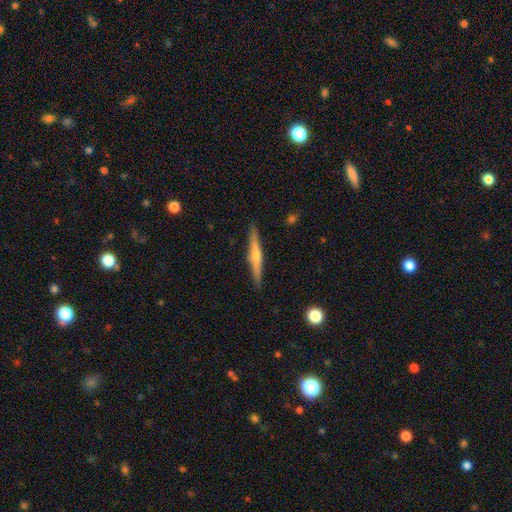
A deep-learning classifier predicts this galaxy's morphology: smooth_or_featured: featured or disk (p=0.60) [alt: smooth p=0.34]
disk_edge_on: yes (p=0.97) [alt: no p=0.03]
edge_on_bulge: rounded (p=0.76) [alt: none p=0.17]
merging: none (p=0.90) [alt: minor disturbance p=0.07]